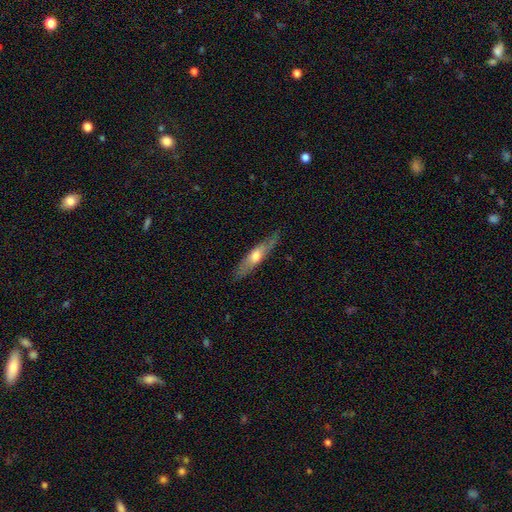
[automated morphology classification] Overall: smooth (48%; featured or disk 47%). Merging: none (82%).